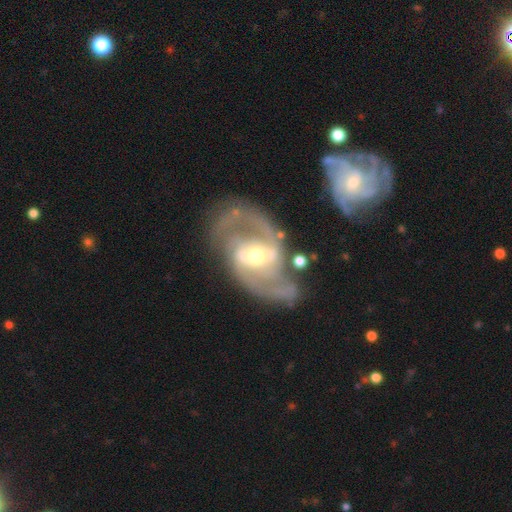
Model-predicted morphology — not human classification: Smooth or featured? Predicted: featured or disk (p=0.89). Edge-on disk? Predicted: no (p=0.96). Bar? Predicted: strong (p=0.41). Spiral arms? Predicted: yes (p=0.96). Spiral winding? Predicted: medium (p=0.55). Spiral arm count? Predicted: 2 (p=0.86). Bulge size? Predicted: moderate (p=0.52). Merging? Predicted: none (p=0.68).